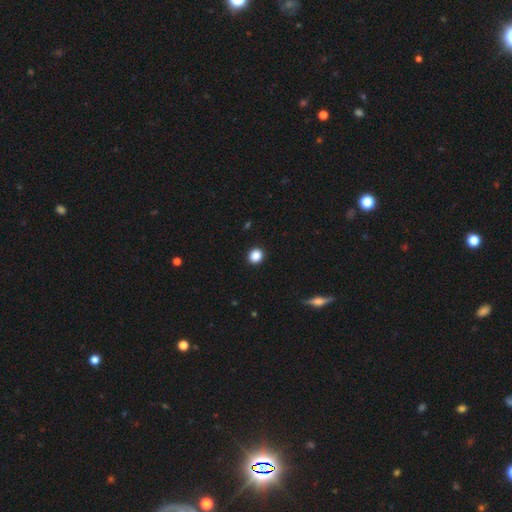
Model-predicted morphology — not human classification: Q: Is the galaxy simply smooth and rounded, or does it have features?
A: smooth — 87%.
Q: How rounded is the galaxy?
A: round — 77%.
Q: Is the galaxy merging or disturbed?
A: none — 92%.